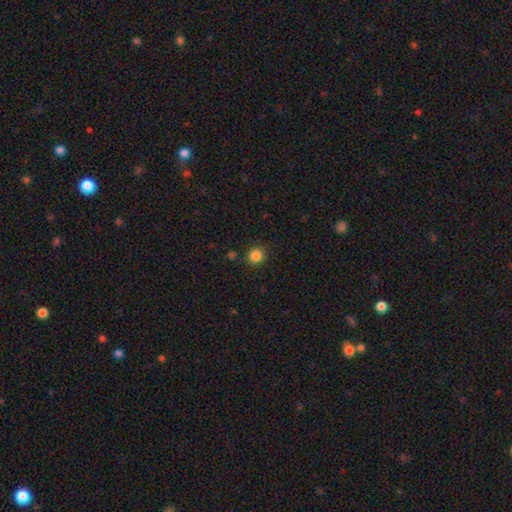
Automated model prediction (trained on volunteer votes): smooth-or-featured: smooth: 85% | star or artifact: 12% | featured or disk: 3%
  how-rounded: round: 89% | in between: 10% | cigar-shaped: 1%
  merging: none: 87% | minor disturbance: 8% | merger: 3% | major disturbance: 3%